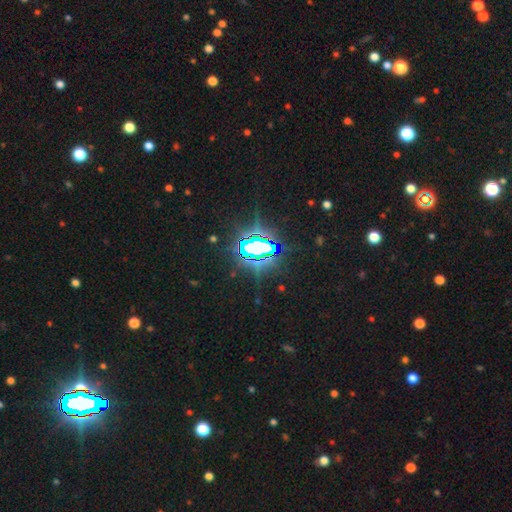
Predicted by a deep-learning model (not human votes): A star or artifact, not a galaxy (80%).